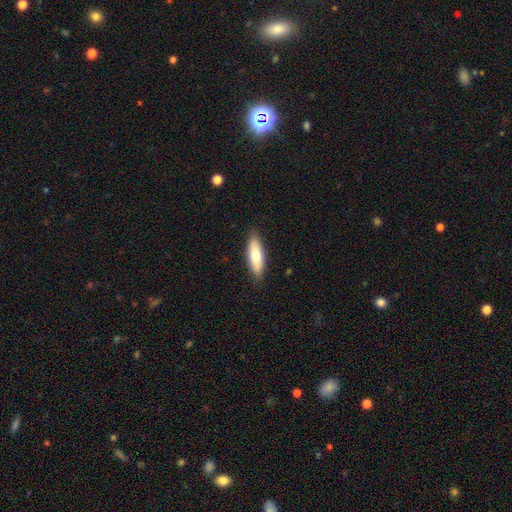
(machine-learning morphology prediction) smooth 76%, featured or disk 19%, star or artifact 6%. Down the decision tree: how rounded — cigar-shaped (49%, tied with in between); merging — none (87%).